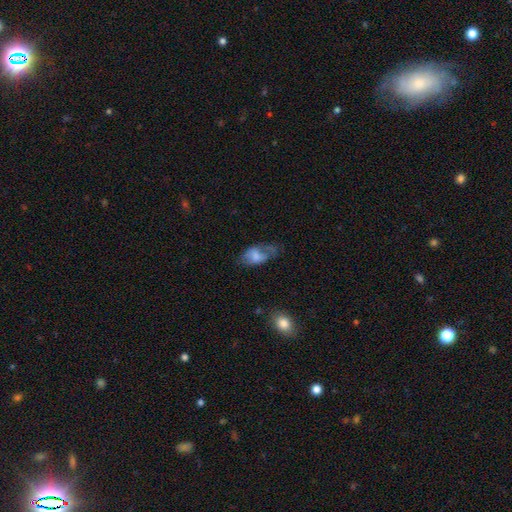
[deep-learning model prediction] smooth 61%, featured or disk 30%, star or artifact 8%. Down the decision tree: how rounded — in between (90%); merging — none (38%).